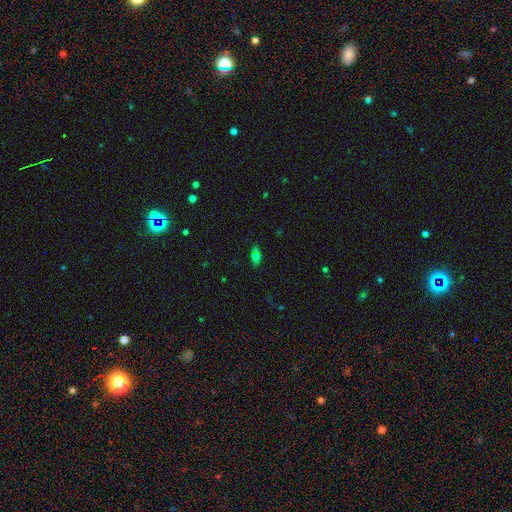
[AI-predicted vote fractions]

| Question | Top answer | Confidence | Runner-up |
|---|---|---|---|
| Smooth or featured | smooth | 68% | featured or disk (16%) |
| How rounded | in between | 80% | cigar-shaped (11%) |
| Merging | none | 80% | minor disturbance (14%) |